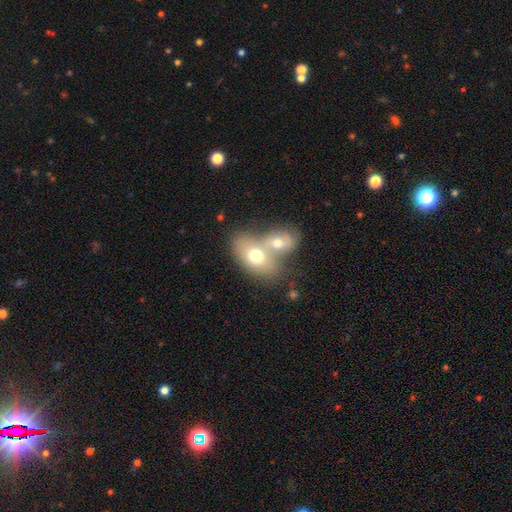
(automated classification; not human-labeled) This appears to be a smooth galaxy with no disk features (64%) that is in between round and cigar-shaped (79%). Merging: merger (69%).